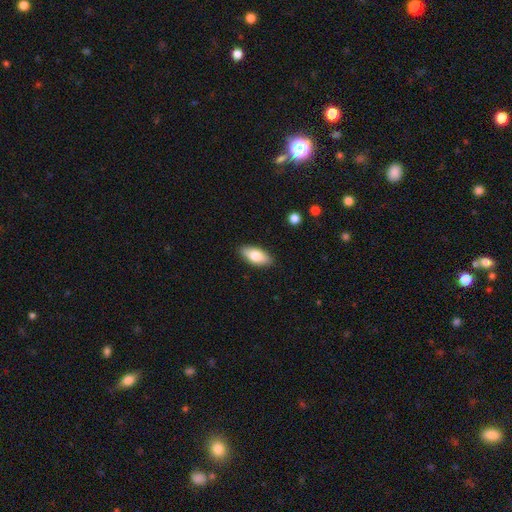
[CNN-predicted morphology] This appears to be a smooth galaxy with no disk features (78%) that is in between round and cigar-shaped (87%). Merging: none (89%).